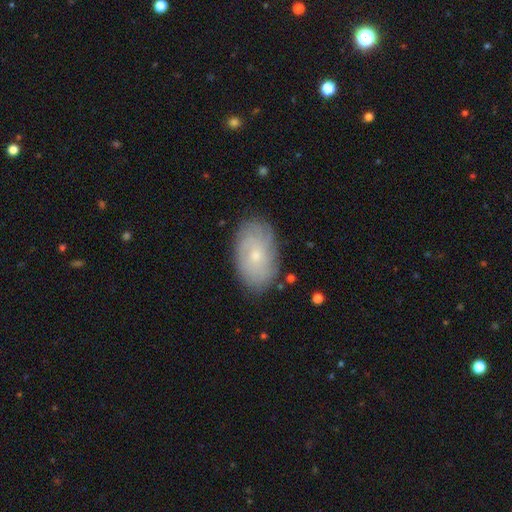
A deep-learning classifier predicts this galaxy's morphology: The model was most divided on "smooth or featured": featured or disk: 53%, smooth: 38%, star or artifact: 8%. More confident: edge-on disk — no (94%); bar — no (82%); merging — none (81%); spiral arms — yes (78%); bulge size — small (69%).